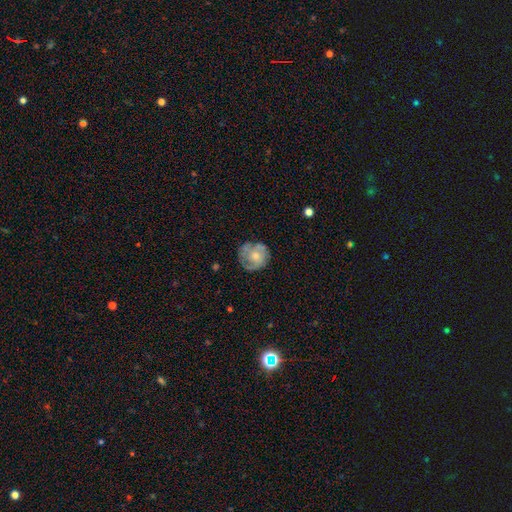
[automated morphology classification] smooth_or_featured: featured or disk (p=0.48) [alt: smooth p=0.45]
merging: none (p=0.64) [alt: minor disturbance p=0.23]